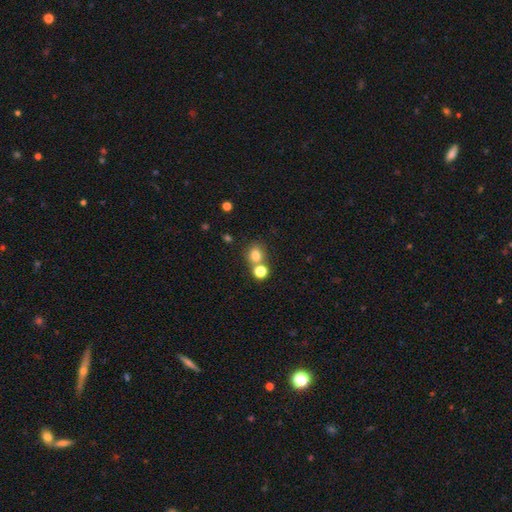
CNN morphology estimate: A smooth galaxy with no disk features (77%) that is round (71%).

Vote fractions:
- Smooth or featured? smooth: 77% / star or artifact: 15% / featured or disk: 8%
- How rounded? round: 71% / in between: 28% / cigar-shaped: 1%
- Merging? none: 57% / merger: 30% / minor disturbance: 9% / major disturbance: 4%